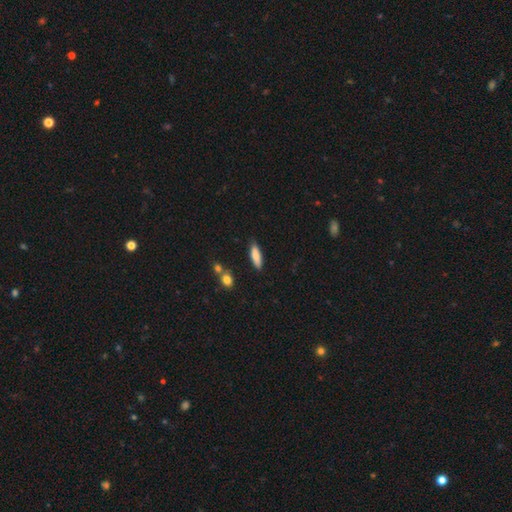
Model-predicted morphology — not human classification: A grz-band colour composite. It shows a smooth galaxy with no disk features (81%) that is cigar-shaped (55%). Merging: none (81%).